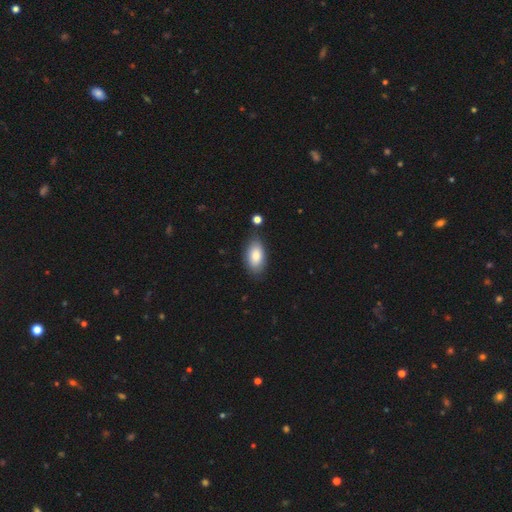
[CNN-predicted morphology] smooth_or_featured: smooth (p=0.83) [alt: featured or disk p=0.11]
how_rounded: in between (p=0.93) [alt: round p=0.03]
merging: none (p=0.77) [alt: minor disturbance p=0.15]